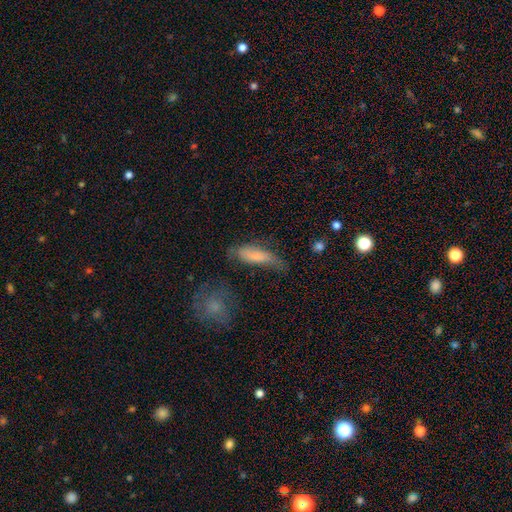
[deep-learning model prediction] Smooth or featured?
  - smooth: 70% *
  - featured or disk: 22%
  - star or artifact: 9%
How rounded?
  - cigar-shaped: 50% *
  - in between: 47%
  - round: 3%
Merging?
  - none: 42% *
  - minor disturbance: 32%
  - major disturbance: 20%
  - merger: 7%